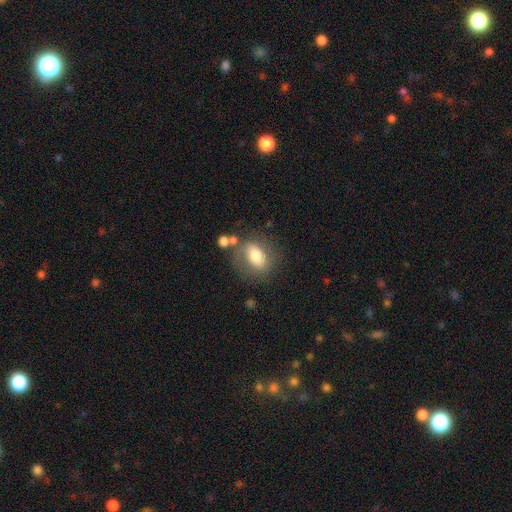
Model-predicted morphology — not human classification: Smooth or featured?
  - smooth: 64% *
  - featured or disk: 28%
  - star or artifact: 8%
How rounded?
  - in between: 73% *
  - round: 23%
  - cigar-shaped: 4%
Merging?
  - none: 67% *
  - minor disturbance: 16%
  - merger: 9%
  - major disturbance: 8%